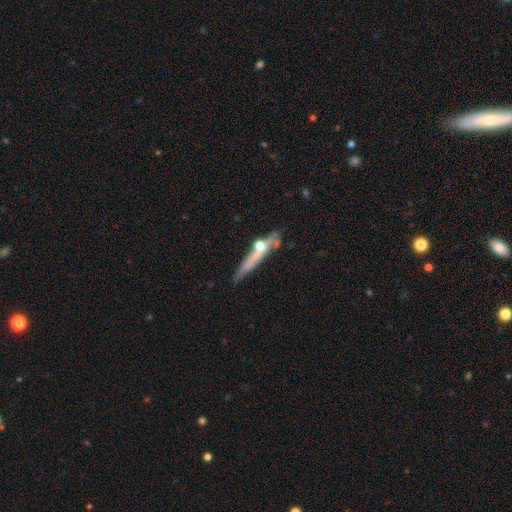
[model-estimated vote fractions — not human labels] Morphology: type=featured or disk (55%); edge-on=yes (84%); merging=none (60%).